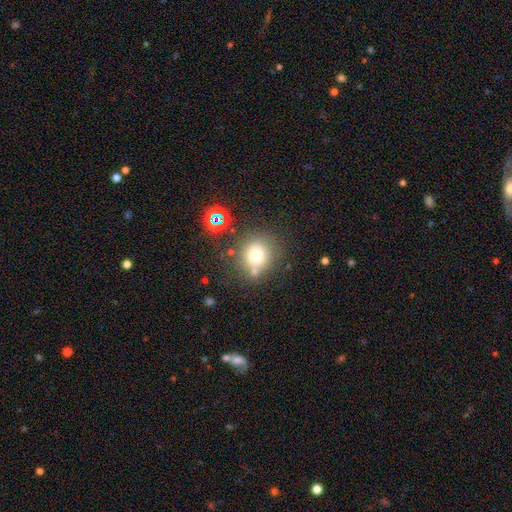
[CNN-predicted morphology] Smooth or featured? Predicted: smooth (p=0.72). How rounded? Predicted: round (p=0.84). Merging? Predicted: none (p=0.66).